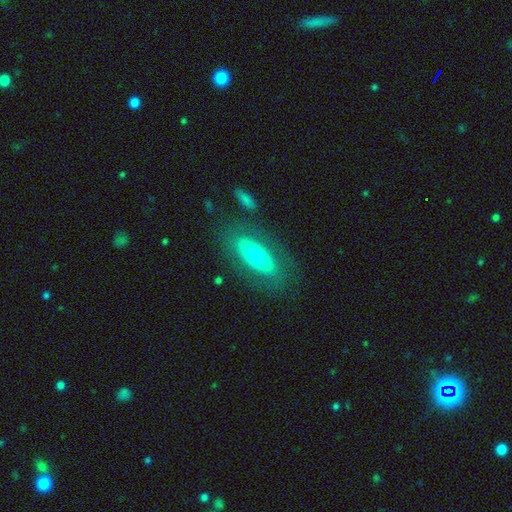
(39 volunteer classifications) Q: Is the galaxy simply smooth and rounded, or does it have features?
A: smooth — 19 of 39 (49%).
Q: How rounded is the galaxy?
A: in between — 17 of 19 (89%).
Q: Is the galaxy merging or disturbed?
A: none — 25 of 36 (69%).